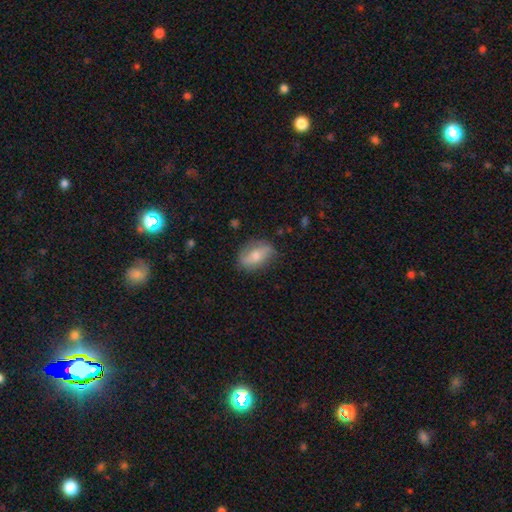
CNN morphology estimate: A smooth galaxy with no disk features (53%) that is in between round and cigar-shaped (79%). Merging: none (74%).